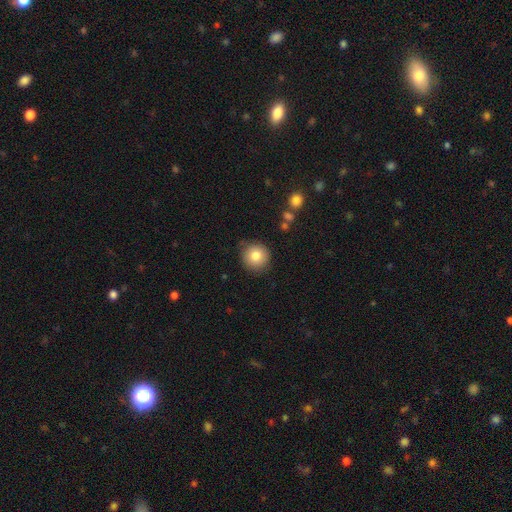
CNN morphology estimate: A smooth galaxy with no disk features (82%) that is round (93%). Merging: none (85%).